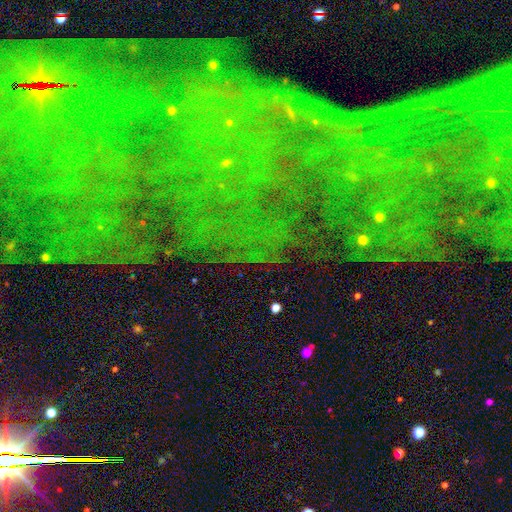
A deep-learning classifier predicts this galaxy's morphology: Q: Smooth or featured?
A: star or artifact (80%); runner-up: featured or disk (12%)